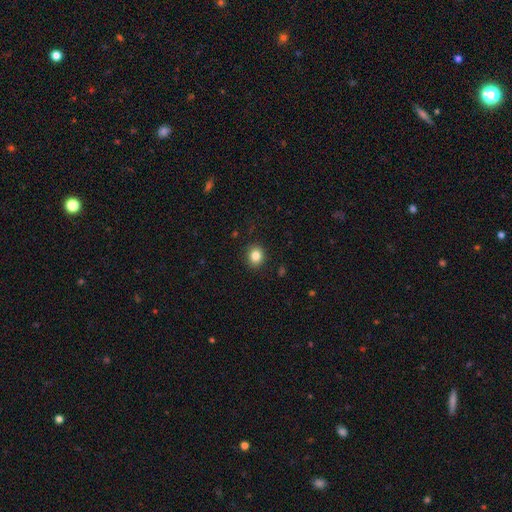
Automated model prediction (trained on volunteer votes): Smooth or featured: smooth — 84% (star or artifact — 11%)
How rounded: round — 78% (in between — 22%)
Merging: none — 89% (minor disturbance — 7%)